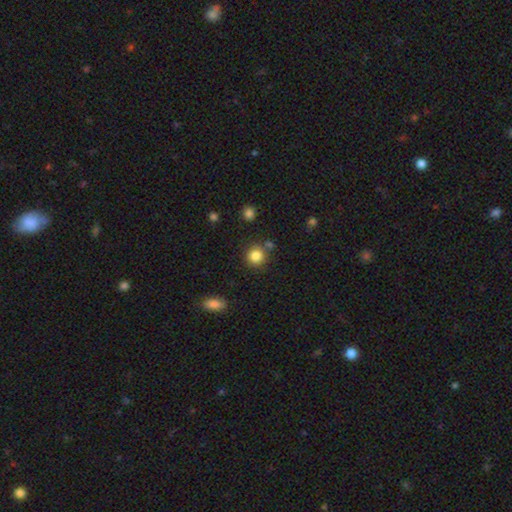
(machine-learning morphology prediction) Smooth or featured: smooth — 84% (star or artifact — 11%)
How rounded: round — 91% (in between — 8%)
Merging: none — 80% (minor disturbance — 8%)